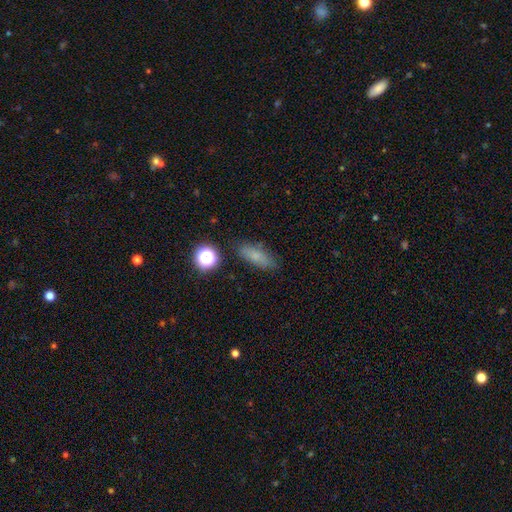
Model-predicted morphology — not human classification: A smooth galaxy with no disk features (74%) that is in between round and cigar-shaped (63%).

Vote fractions:
- Smooth or featured? smooth: 74% / featured or disk: 14% / star or artifact: 13%
- How rounded? in between: 63% / cigar-shaped: 30% / round: 7%
- Merging? none: 76% / minor disturbance: 16% / major disturbance: 4% / merger: 3%